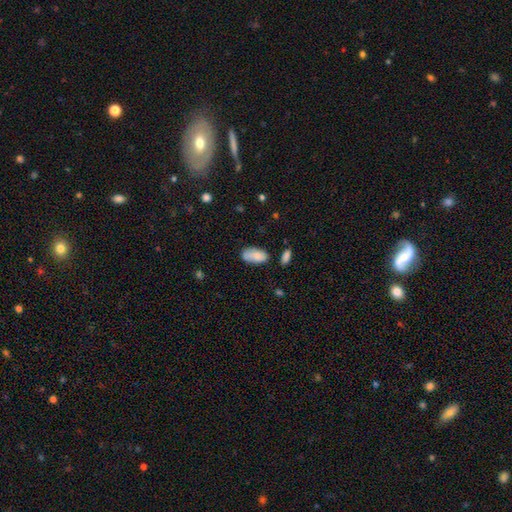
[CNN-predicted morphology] Smooth or featured: smooth — 81% (featured or disk — 11%)
How rounded: in between — 94% (round — 3%)
Merging: none — 61% (minor disturbance — 25%)